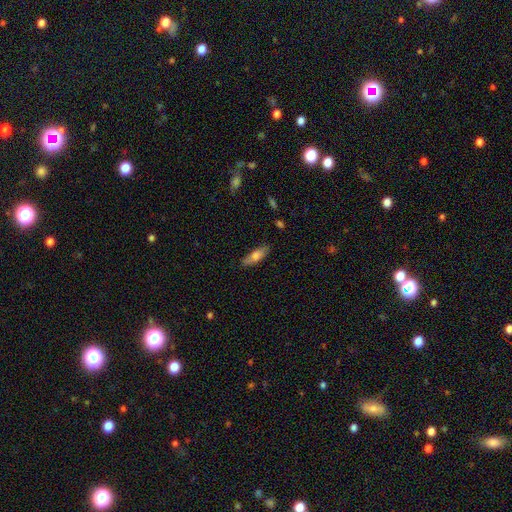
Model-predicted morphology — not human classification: Smooth or featured?
  - smooth: 70% *
  - featured or disk: 23%
  - star or artifact: 6%
How rounded?
  - cigar-shaped: 51% *
  - in between: 47%
  - round: 2%
Merging?
  - none: 81% *
  - minor disturbance: 15%
  - major disturbance: 3%
  - merger: 2%